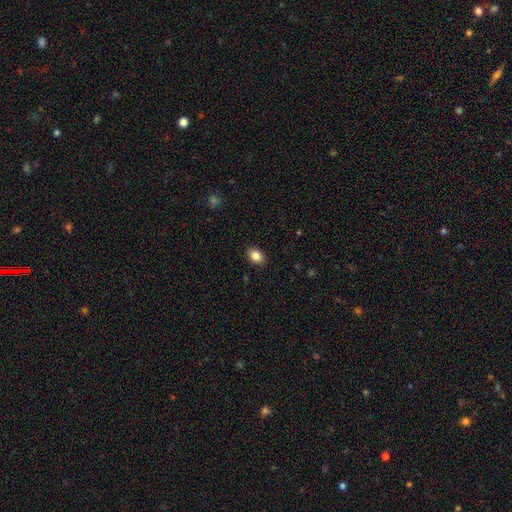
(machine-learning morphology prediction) The model was most divided on "how rounded": in between: 71%, round: 28%, cigar-shaped: 1%. More confident: merging — none (90%); smooth or featured — smooth (86%).